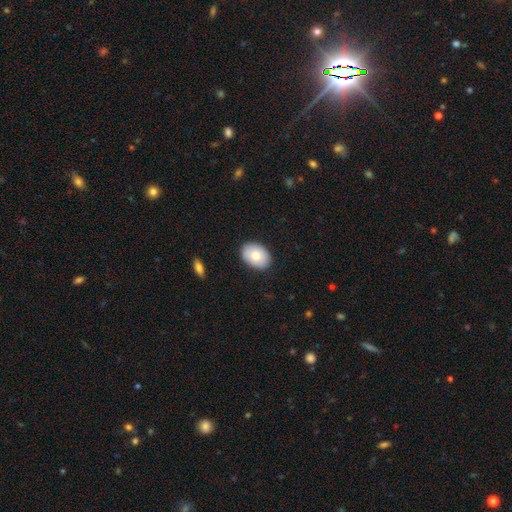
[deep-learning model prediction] Overall: smooth (74%). How rounded: in between (75%). Merging: none (89%).